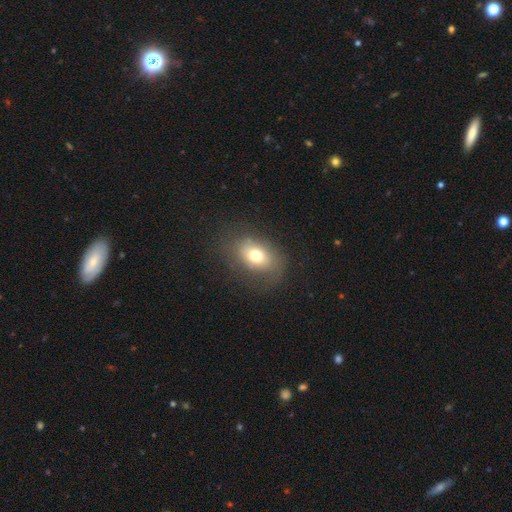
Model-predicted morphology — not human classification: smooth_or_featured: smooth (p=0.70) [alt: featured or disk p=0.18]
how_rounded: in between (p=0.73) [alt: round p=0.25]
merging: none (p=0.71) [alt: minor disturbance p=0.17]